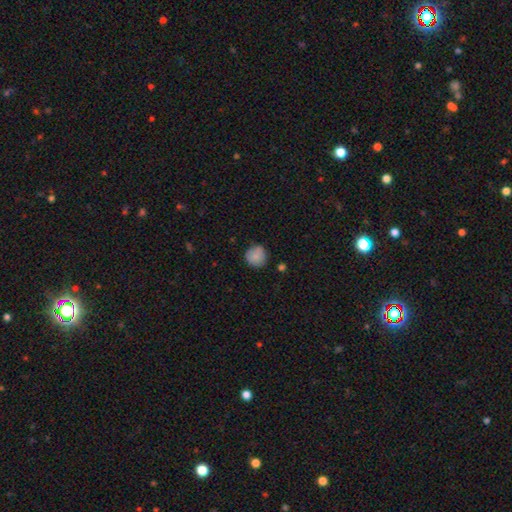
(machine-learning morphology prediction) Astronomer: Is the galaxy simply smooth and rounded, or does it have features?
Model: smooth — 85%.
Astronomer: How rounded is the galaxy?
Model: round — 92%.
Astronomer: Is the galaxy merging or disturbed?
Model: none — 77%.